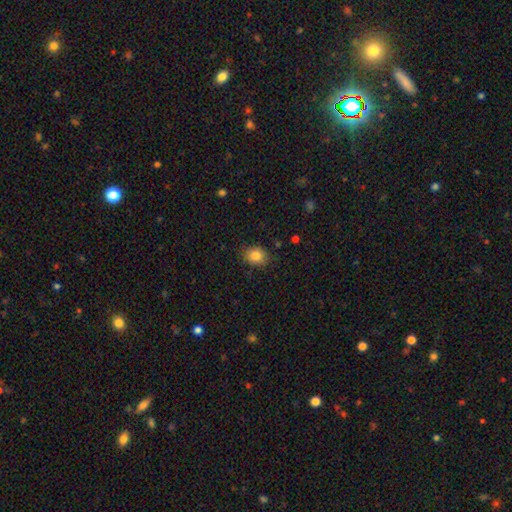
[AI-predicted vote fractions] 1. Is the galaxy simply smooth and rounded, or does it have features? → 84% smooth, 9% star or artifact, 7% featured or disk.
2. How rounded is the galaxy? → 54% in between, 45% round, 1% cigar-shaped.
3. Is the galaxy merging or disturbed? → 84% none, 12% minor disturbance, 3% major disturbance, 1% merger.